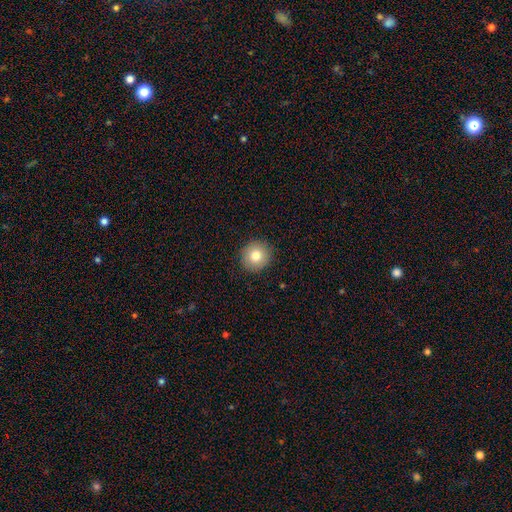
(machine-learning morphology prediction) Q: Smooth or featured?
A: smooth (80%); runner-up: featured or disk (10%)
Q: How rounded?
A: round (91%); runner-up: in between (8%)
Q: Merging?
A: none (91%); runner-up: minor disturbance (6%)